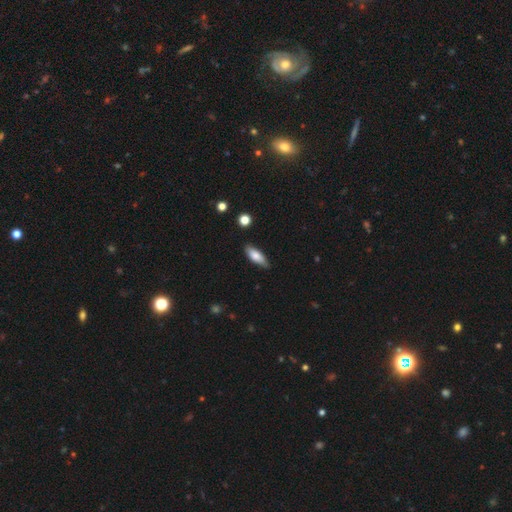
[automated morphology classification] This appears to be a smooth galaxy with no disk features (79%) that is in between round and cigar-shaped (68%). Merging: none (81%).